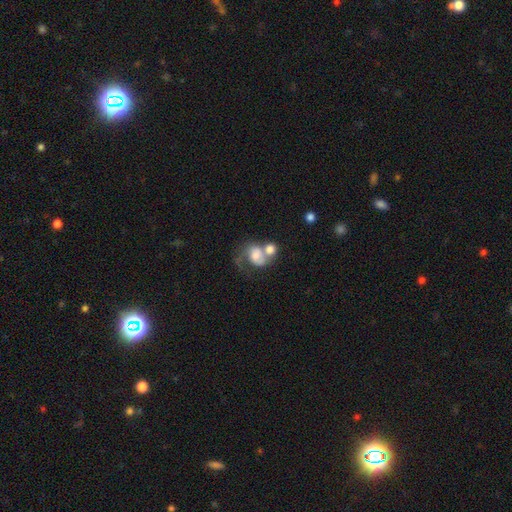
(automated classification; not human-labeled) A smooth galaxy with no disk features (46%). Merging: merger (55%).